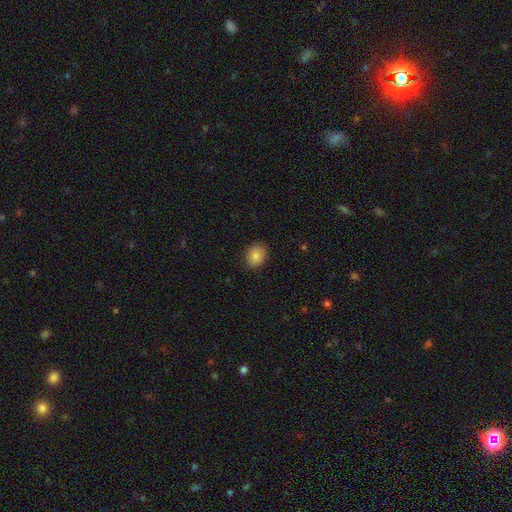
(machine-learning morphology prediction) Q: Smooth or featured?
A: smooth (85%); runner-up: star or artifact (8%)
Q: How rounded?
A: in between (57%); runner-up: round (42%)
Q: Merging?
A: none (86%); runner-up: minor disturbance (11%)